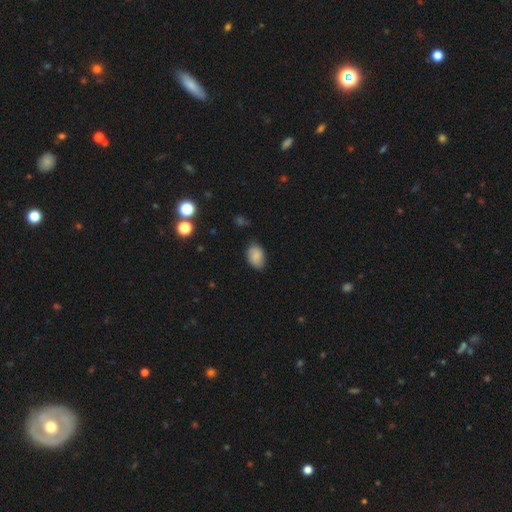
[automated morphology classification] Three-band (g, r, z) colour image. It shows a smooth galaxy with no disk features (82%) that is in between round and cigar-shaped (84%). Merging: none (77%).